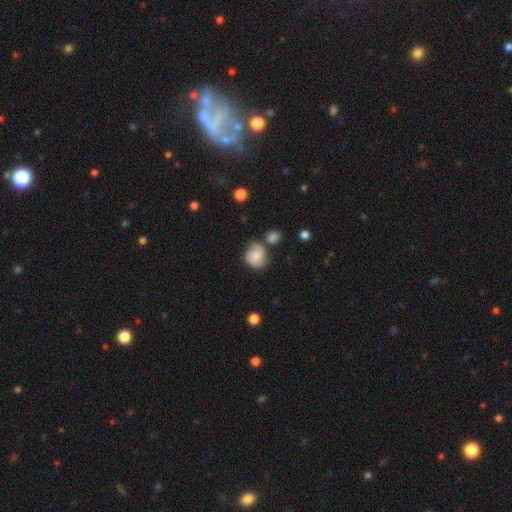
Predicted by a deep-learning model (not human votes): A smooth galaxy with no disk features (68%) that is round (76%).

Vote fractions:
- Smooth or featured? smooth: 68% / featured or disk: 23% / star or artifact: 9%
- How rounded? round: 76% / in between: 23% / cigar-shaped: 1%
- Merging? none: 54% / minor disturbance: 25% / merger: 13% / major disturbance: 8%